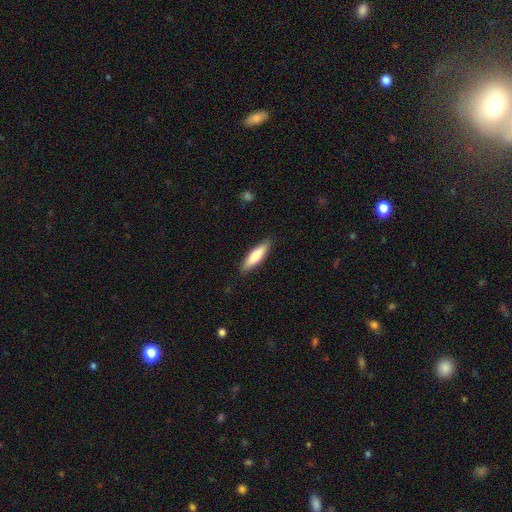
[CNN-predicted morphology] Q: Smooth or featured?
A: smooth (71%); runner-up: featured or disk (23%)
Q: How rounded?
A: cigar-shaped (67%); runner-up: in between (31%)
Q: Merging?
A: none (88%); runner-up: minor disturbance (9%)